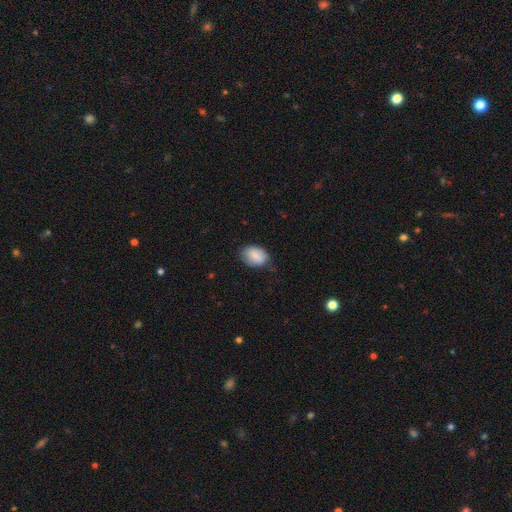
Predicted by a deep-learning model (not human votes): Q: Smooth or featured?
A: smooth (86%); runner-up: featured or disk (7%)
Q: How rounded?
A: in between (81%); runner-up: round (17%)
Q: Merging?
A: none (70%); runner-up: minor disturbance (24%)